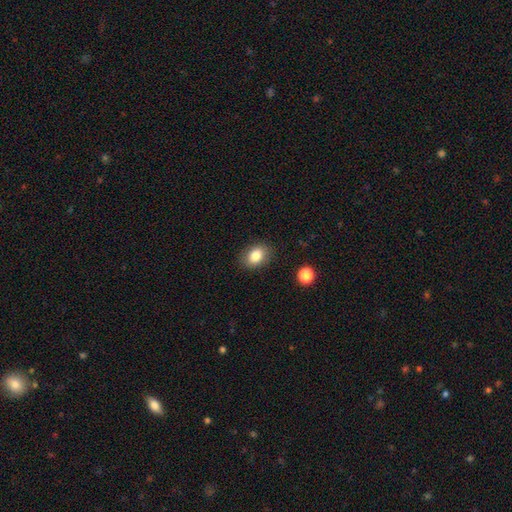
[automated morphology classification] smooth-or-featured: smooth: 83% | star or artifact: 9% | featured or disk: 8%
  how-rounded: in between: 74% | round: 25% | cigar-shaped: 1%
  merging: none: 86% | minor disturbance: 10% | major disturbance: 3% | merger: 1%